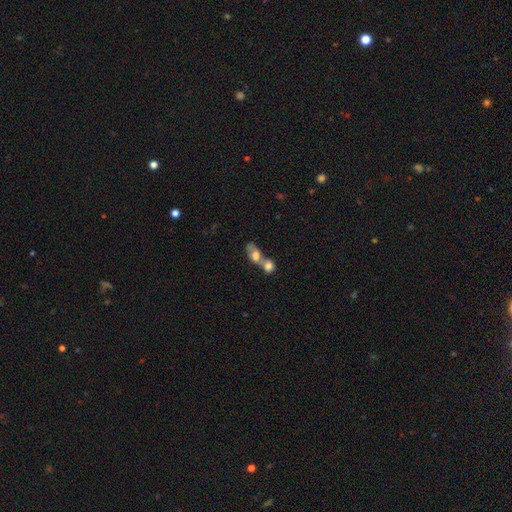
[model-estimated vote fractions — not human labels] This appears to be a smooth galaxy with no disk features (68%) that is in between round and cigar-shaped (67%). Merging: merger (77%).